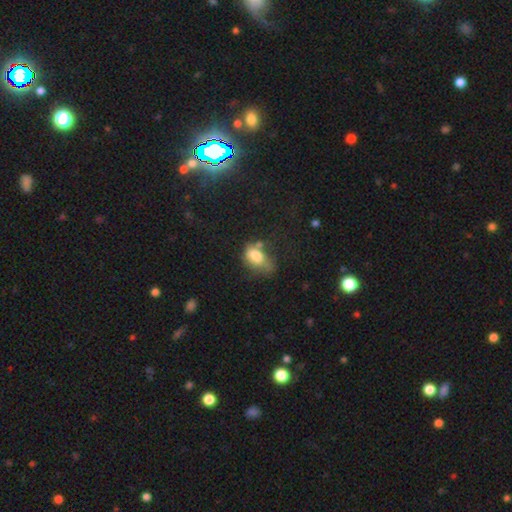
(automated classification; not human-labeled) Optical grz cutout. It shows a smooth galaxy with no disk features (74%) that is in between round and cigar-shaped (83%). Merging: minor disturbance (31%).